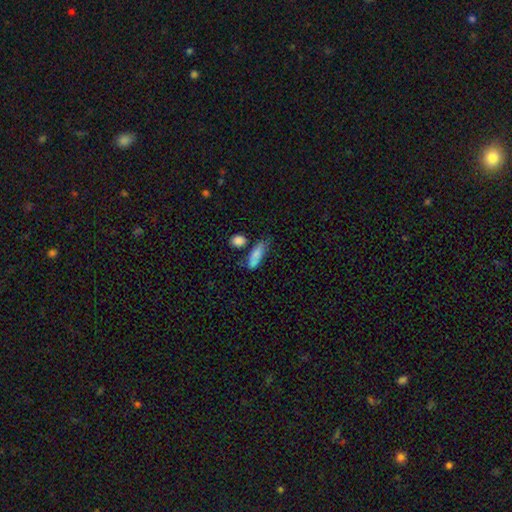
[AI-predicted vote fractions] Smooth or featured?
  - smooth: 80% *
  - featured or disk: 13%
  - star or artifact: 7%
How rounded?
  - in between: 60% *
  - cigar-shaped: 36%
  - round: 3%
Merging?
  - none: 51% *
  - minor disturbance: 26%
  - merger: 14%
  - major disturbance: 9%